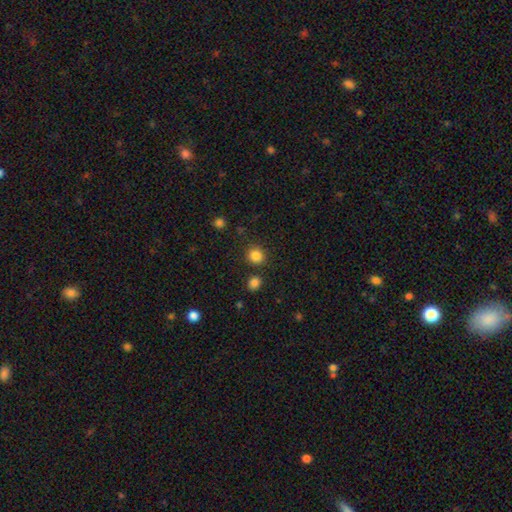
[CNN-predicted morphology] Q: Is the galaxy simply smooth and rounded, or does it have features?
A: smooth — 84%.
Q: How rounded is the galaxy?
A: round — 86%.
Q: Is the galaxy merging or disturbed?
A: none — 84%.